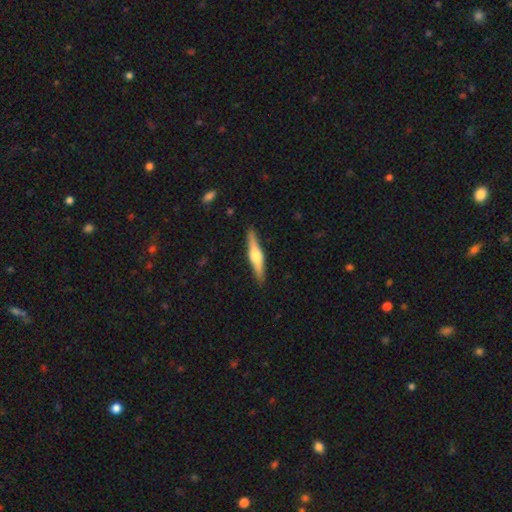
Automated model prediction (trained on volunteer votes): Smooth or featured: featured or disk — 61% (smooth — 34%)
Edge-on disk: yes — 97% (no — 3%)
Edge-on bulge: rounded — 90% (boxy — 7%)
Merging: none — 89% (minor disturbance — 8%)